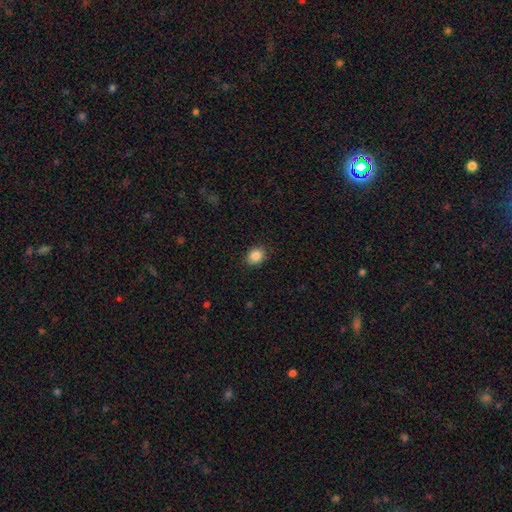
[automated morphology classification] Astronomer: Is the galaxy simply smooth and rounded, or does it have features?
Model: smooth — 87%.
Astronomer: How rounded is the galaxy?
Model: round — 59% (runner-up: in between, 40%).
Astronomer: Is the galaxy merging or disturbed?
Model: none — 88%.